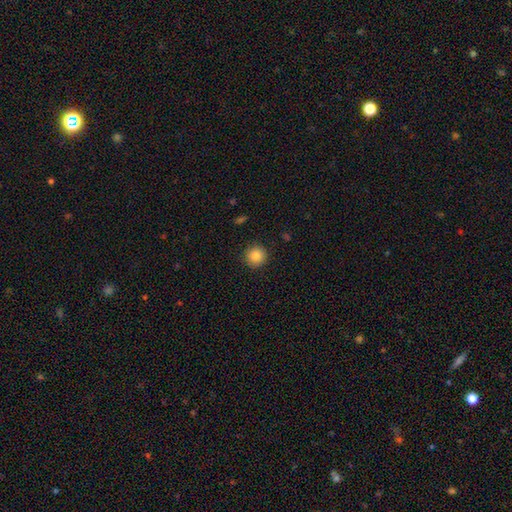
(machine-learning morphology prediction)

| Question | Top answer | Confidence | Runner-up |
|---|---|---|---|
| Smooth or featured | smooth | 87% | star or artifact (9%) |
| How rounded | round | 94% | in between (5%) |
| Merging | none | 91% | minor disturbance (6%) |